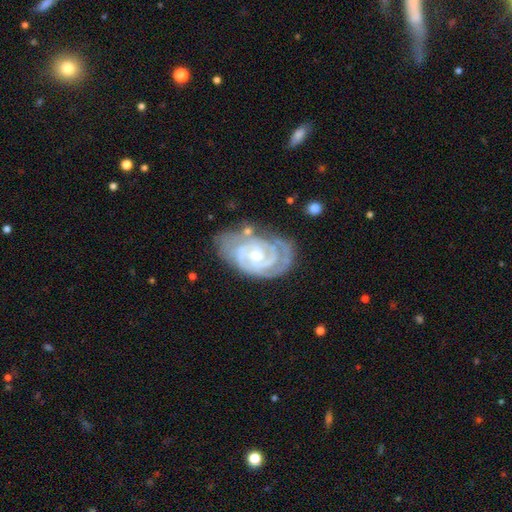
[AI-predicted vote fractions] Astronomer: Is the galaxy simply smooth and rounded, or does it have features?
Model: featured or disk — 89%.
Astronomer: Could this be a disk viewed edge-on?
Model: no — 97%.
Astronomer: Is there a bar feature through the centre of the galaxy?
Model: no — 60%.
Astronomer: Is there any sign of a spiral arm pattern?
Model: yes — 96%.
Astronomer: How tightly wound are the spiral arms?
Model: tight — 75%.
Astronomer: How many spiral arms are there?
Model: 2 — 43% (runner-up: 3, 23%).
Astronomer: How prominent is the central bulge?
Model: small — 52% (runner-up: moderate, 45%).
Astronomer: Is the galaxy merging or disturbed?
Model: none — 61%.